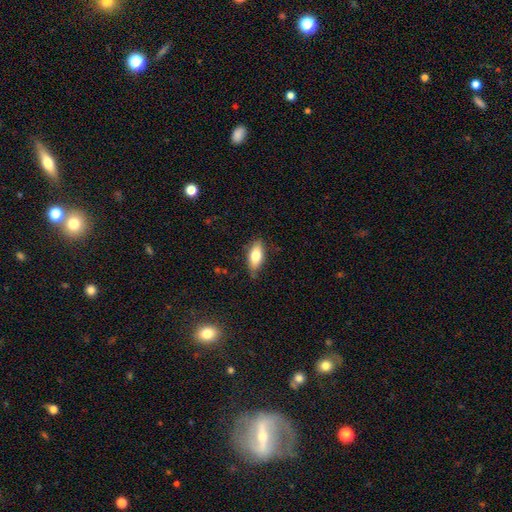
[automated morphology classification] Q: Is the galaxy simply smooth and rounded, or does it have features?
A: smooth — 75%.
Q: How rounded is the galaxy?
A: in between — 80%.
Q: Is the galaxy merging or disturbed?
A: none — 79%.